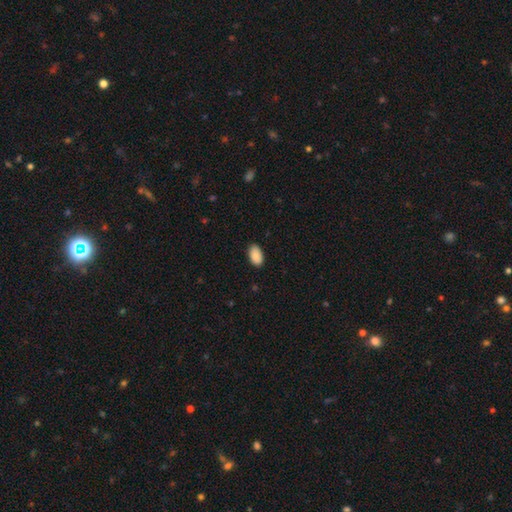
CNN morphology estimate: Smooth or featured? smooth (91%)
How rounded? in between (95%)
Merging? none (88%)